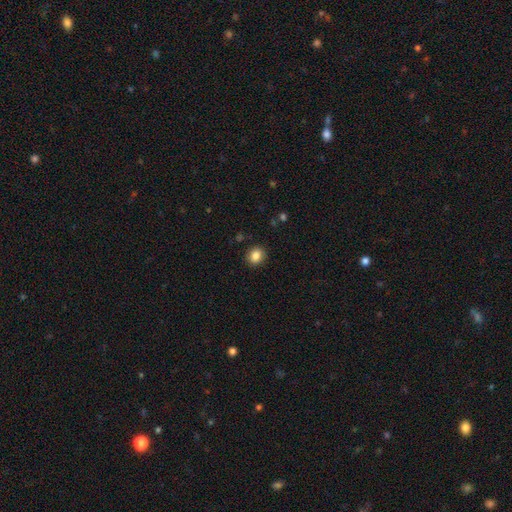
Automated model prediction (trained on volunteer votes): smooth 86%, star or artifact 10%, featured or disk 5%. Down the decision tree: how rounded — round (75%); merging — none (90%).